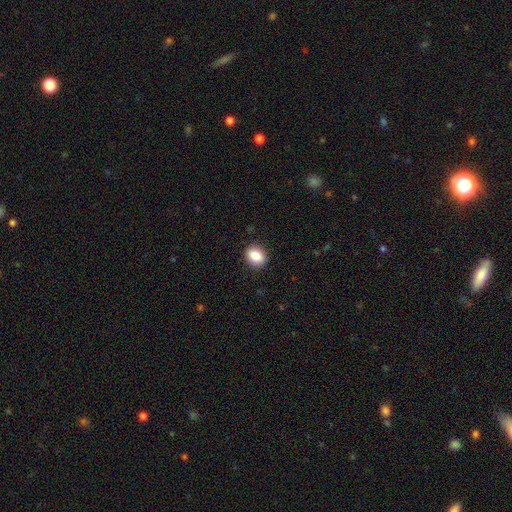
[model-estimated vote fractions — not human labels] Smooth or featured?
  - smooth: 86% *
  - star or artifact: 8%
  - featured or disk: 5%
How rounded?
  - in between: 53% *
  - round: 46%
  - cigar-shaped: 1%
Merging?
  - none: 90% *
  - minor disturbance: 7%
  - major disturbance: 2%
  - merger: 1%